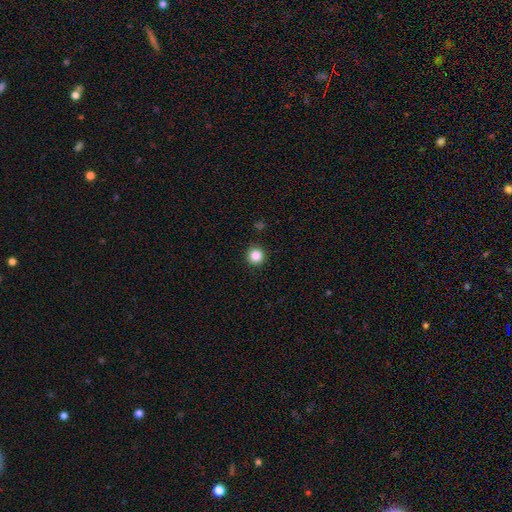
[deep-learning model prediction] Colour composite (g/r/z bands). It shows a smooth galaxy with no disk features (86%) that is round (95%). Merging: none (92%).